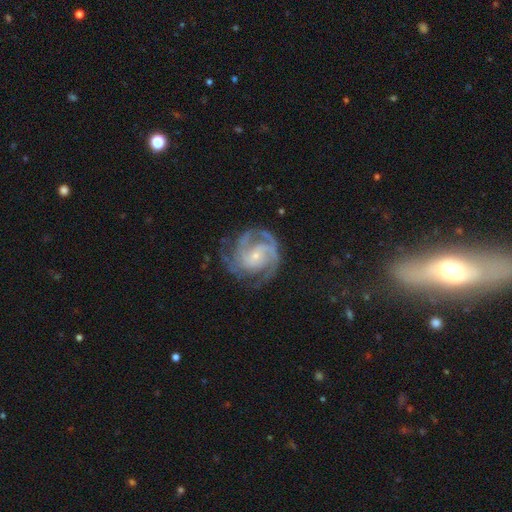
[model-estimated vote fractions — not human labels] This is clearly a featured or disk galaxy (88%). It is clearly not viewed edge-on (98%). Bar: likely no (66%). Spiral arm pattern: clearly yes (97%). Spiral arm count: marginally 3 (33%). Spiral winding: possibly tight (54%). Central bulge: likely small (79%). Merging: likely none (67%).